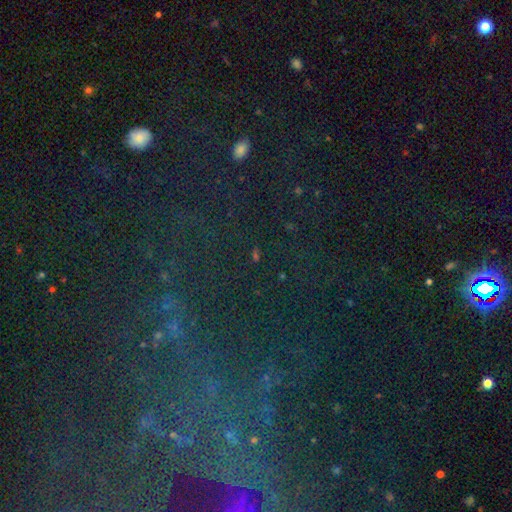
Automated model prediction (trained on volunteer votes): Smooth or featured?
  - star or artifact: 67% *
  - smooth: 22%
  - featured or disk: 11%